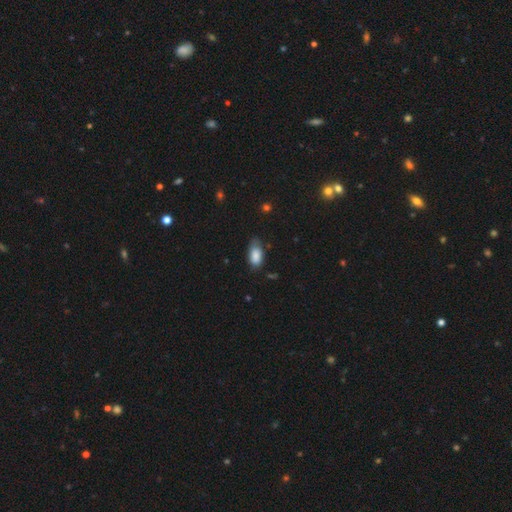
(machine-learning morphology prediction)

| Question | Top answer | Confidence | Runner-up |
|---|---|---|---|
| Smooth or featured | smooth | 84% | featured or disk (8%) |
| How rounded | in between | 91% | cigar-shaped (5%) |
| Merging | none | 52% | minor disturbance (38%) |